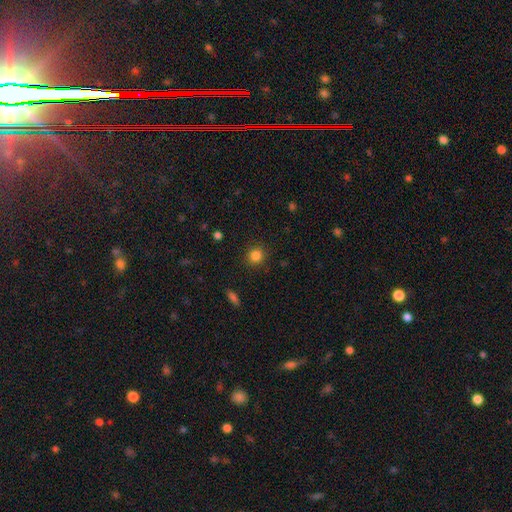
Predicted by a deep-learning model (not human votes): A smooth galaxy with no disk features (83%) that is round (90%).

Vote fractions:
- Smooth or featured? smooth: 83% / star or artifact: 12% / featured or disk: 5%
- How rounded? round: 90% / in between: 9% / cigar-shaped: 1%
- Merging? none: 90% / minor disturbance: 6% / major disturbance: 2% / merger: 1%